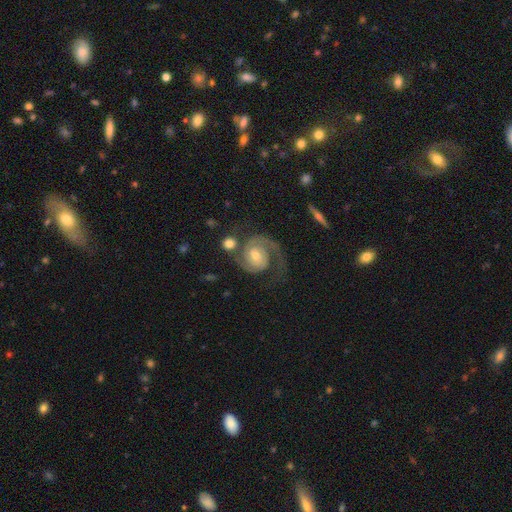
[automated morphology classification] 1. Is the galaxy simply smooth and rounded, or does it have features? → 90% featured or disk, 5% smooth, 5% star or artifact.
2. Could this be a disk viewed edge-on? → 98% no, 2% yes.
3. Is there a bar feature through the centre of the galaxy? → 64% no, 29% weak, 7% strong.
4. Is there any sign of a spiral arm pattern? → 98% yes, 2% no.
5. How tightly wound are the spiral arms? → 45% medium, 42% tight, 13% loose.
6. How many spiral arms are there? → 85% 2, 8% 1, 3% can't tell, 2% 3, 1% 4, 1% more than 4.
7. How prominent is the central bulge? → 52% moderate, 39% small, 5% large, 2% none, 1% dominant.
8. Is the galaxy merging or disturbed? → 66% none, 15% minor disturbance, 12% major disturbance, 7% merger.